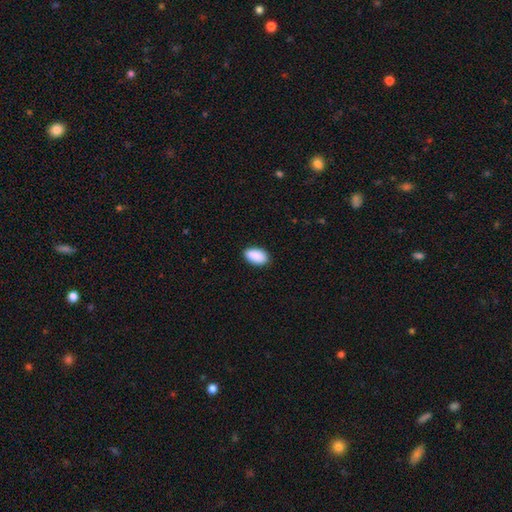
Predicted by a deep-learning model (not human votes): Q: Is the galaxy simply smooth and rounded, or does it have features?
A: smooth — 91%.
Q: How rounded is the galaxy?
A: in between — 94%.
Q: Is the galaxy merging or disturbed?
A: none — 88%.